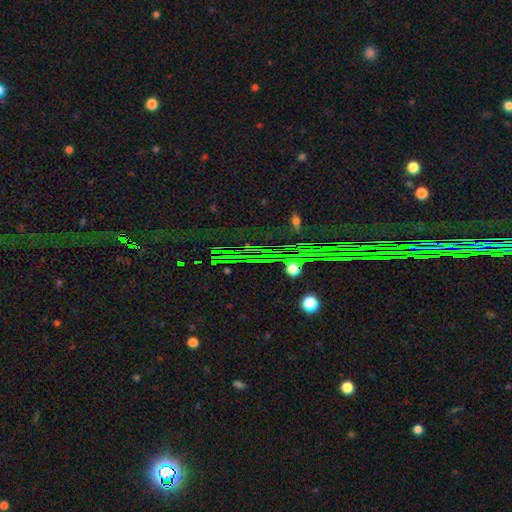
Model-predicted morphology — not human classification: Q: Smooth or featured?
A: star or artifact (84%); runner-up: smooth (8%)